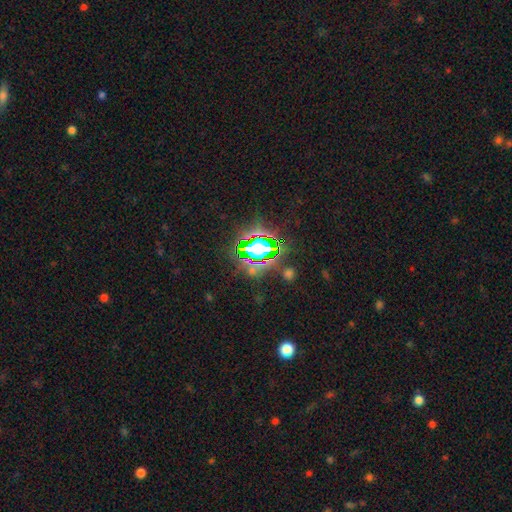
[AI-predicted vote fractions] Overall: star or artifact (77%).